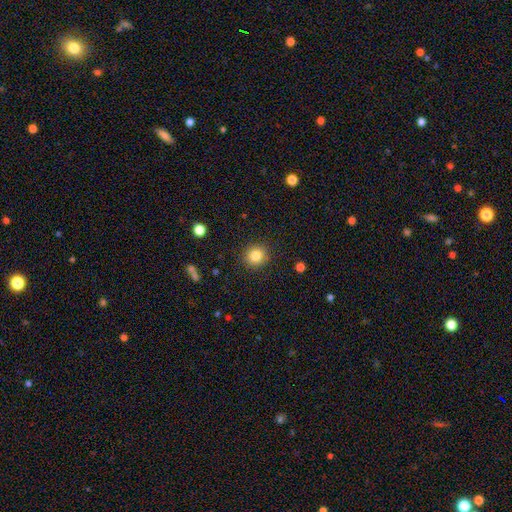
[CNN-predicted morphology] The model was most divided on "smooth or featured": smooth: 83%, star or artifact: 11%, featured or disk: 6%. More confident: merging — none (90%); how rounded — round (89%).